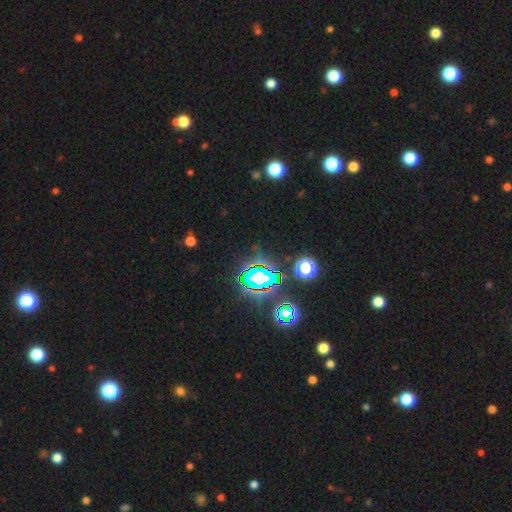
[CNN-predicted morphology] Smooth or featured?
  - star or artifact: 81% *
  - smooth: 12%
  - featured or disk: 7%